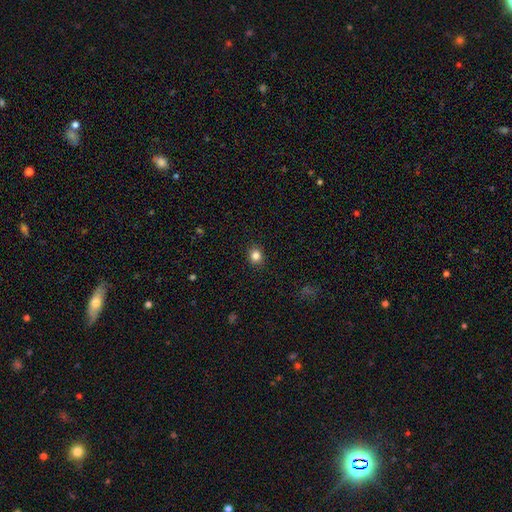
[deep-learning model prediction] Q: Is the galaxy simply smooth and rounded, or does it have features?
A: smooth — 84%.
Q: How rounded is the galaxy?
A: round — 77%.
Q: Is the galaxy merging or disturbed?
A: none — 91%.